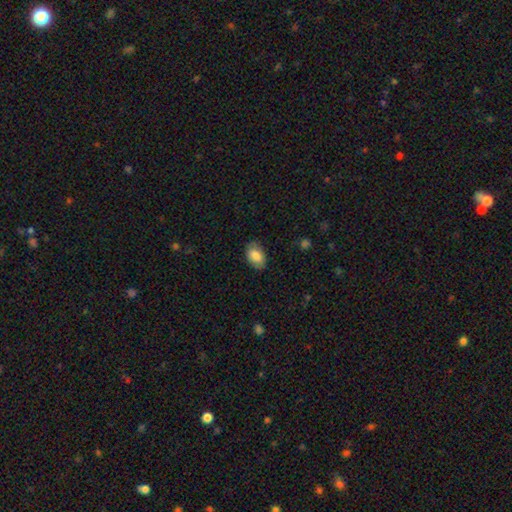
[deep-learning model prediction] The model was most divided on "merging": none: 81%, minor disturbance: 14%, major disturbance: 3%, merger: 1%. More confident: how rounded — in between (90%); smooth or featured — smooth (84%).